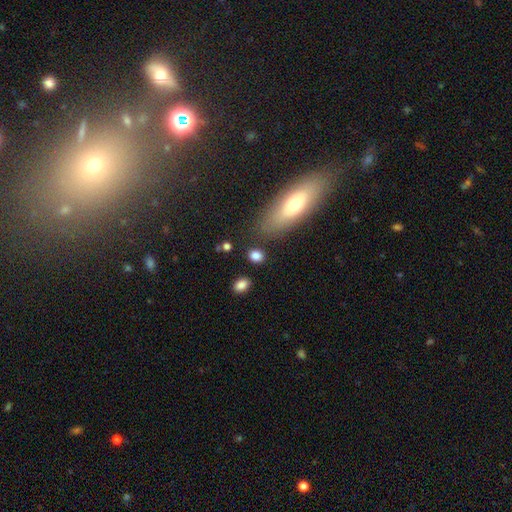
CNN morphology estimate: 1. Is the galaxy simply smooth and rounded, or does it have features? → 84% smooth, 10% star or artifact, 6% featured or disk.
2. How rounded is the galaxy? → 54% in between, 43% round, 3% cigar-shaped.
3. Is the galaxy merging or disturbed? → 80% none, 10% minor disturbance, 5% merger, 4% major disturbance.